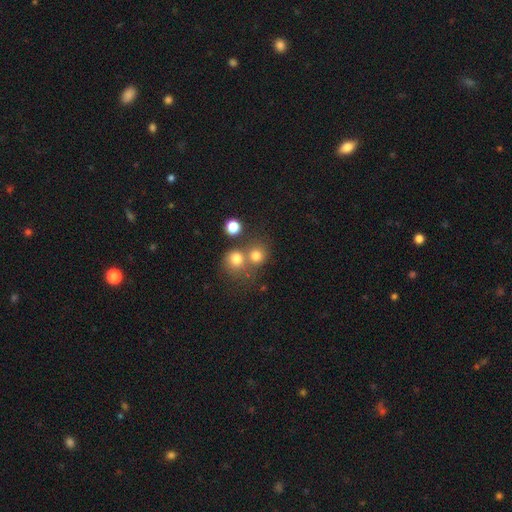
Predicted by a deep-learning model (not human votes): Smooth or featured: smooth — 76% (star or artifact — 15%)
How rounded: round — 86% (in between — 13%)
Merging: none — 51% (merger — 38%)